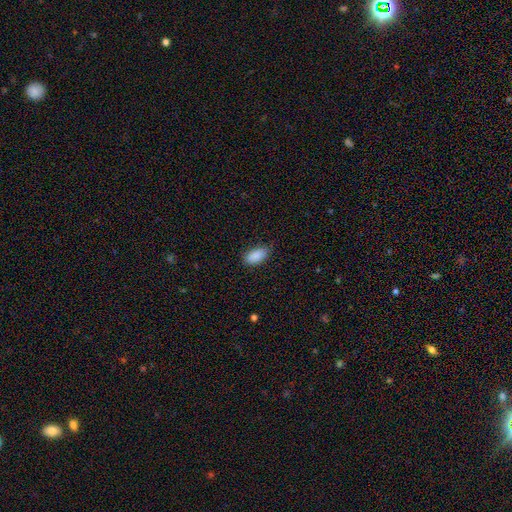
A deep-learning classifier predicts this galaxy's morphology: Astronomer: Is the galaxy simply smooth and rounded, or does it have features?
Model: smooth — 90%.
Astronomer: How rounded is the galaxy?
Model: in between — 92%.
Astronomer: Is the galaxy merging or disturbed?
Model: none — 83%.